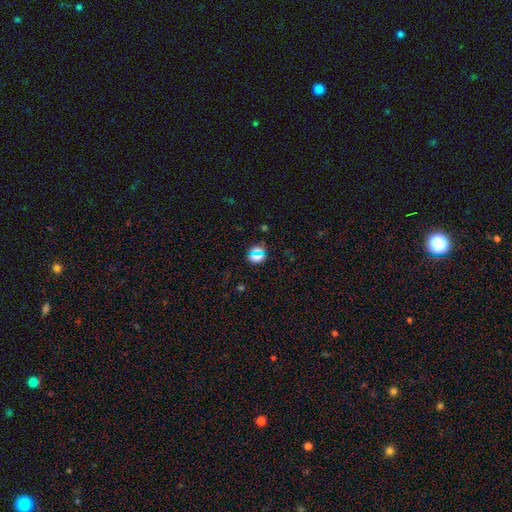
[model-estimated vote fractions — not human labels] The model was most divided on "smooth or featured": smooth: 50%, star or artifact: 41%, featured or disk: 9%. More confident: merging — none (78%).